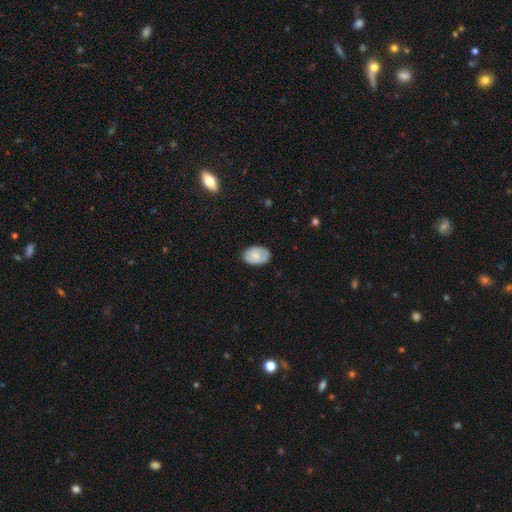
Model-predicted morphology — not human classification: smooth-or-featured: smooth: 70% | featured or disk: 22% | star or artifact: 7%
  how-rounded: in between: 87% | round: 12% | cigar-shaped: 1%
  merging: none: 80% | minor disturbance: 16% | major disturbance: 3% | merger: 1%